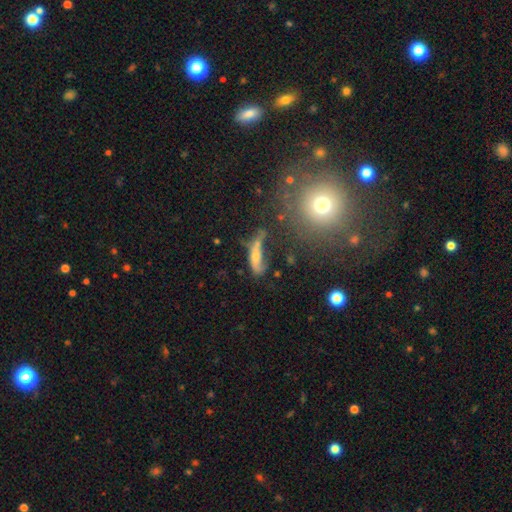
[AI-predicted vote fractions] Q: Smooth or featured?
A: smooth (47%); runner-up: featured or disk (37%)
Q: Merging?
A: none (38%); runner-up: major disturbance (26%)